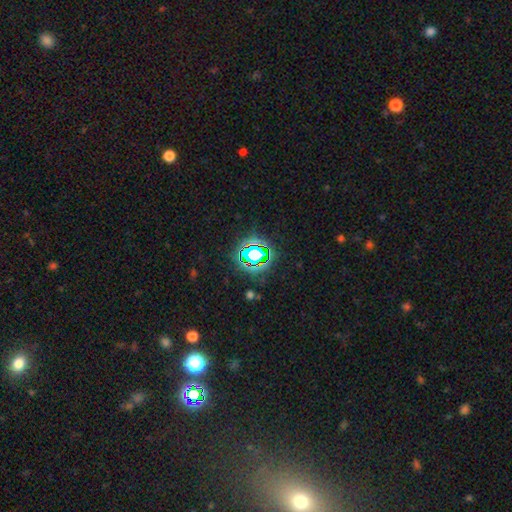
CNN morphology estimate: This appears to be a star or artifact, not a galaxy (70%).